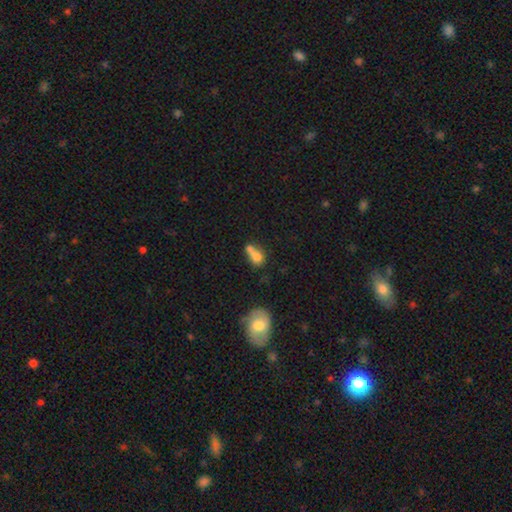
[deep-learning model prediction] Smooth or featured?
  - smooth: 68% *
  - featured or disk: 20%
  - star or artifact: 11%
How rounded?
  - in between: 60% *
  - round: 32%
  - cigar-shaped: 8%
Merging?
  - merger: 46% *
  - none: 26%
  - minor disturbance: 15%
  - major disturbance: 13%